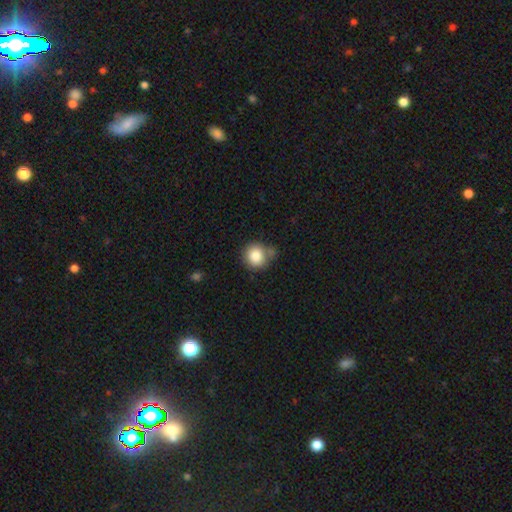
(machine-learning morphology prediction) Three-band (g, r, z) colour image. It shows a smooth galaxy with no disk features (84%) that is round (90%). Merging: none (64%).